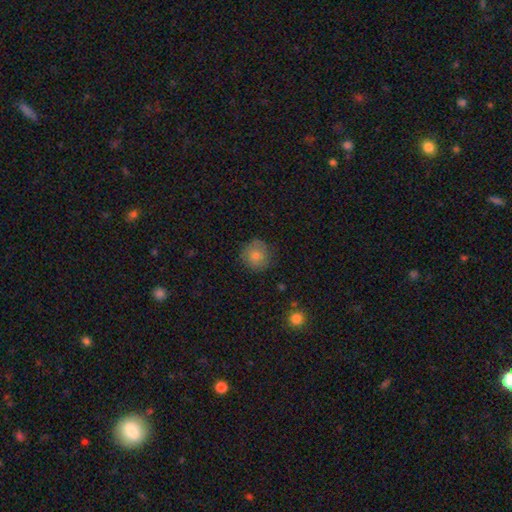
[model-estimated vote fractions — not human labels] A smooth galaxy with no disk features (75%) that is round (91%). Merging: none (81%).